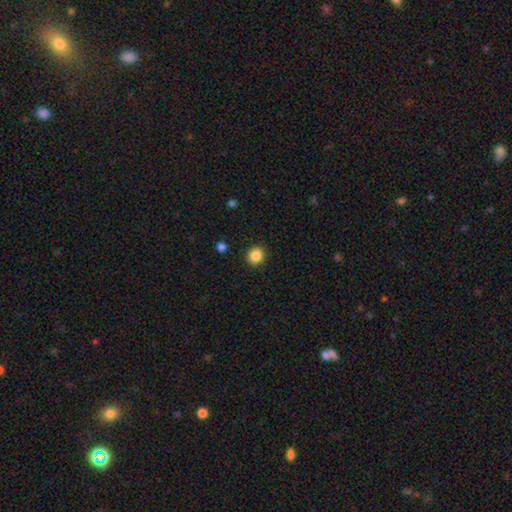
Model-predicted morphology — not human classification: Smooth or featured? smooth (85%)
How rounded? round (87%)
Merging? none (92%)